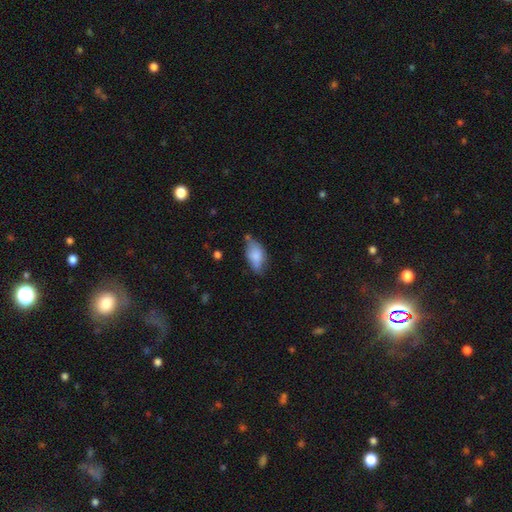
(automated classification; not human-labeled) Smooth or featured: smooth — 76% (featured or disk — 16%)
How rounded: in between — 90% (cigar-shaped — 6%)
Merging: none — 45% (minor disturbance — 37%)